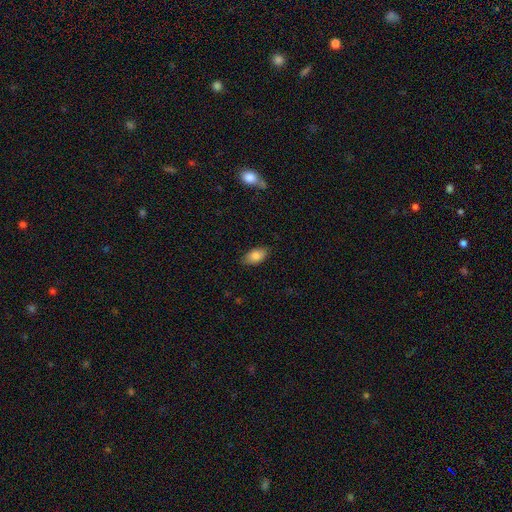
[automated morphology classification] Overall: smooth (84%). How rounded: in between (93%). Merging: none (84%).